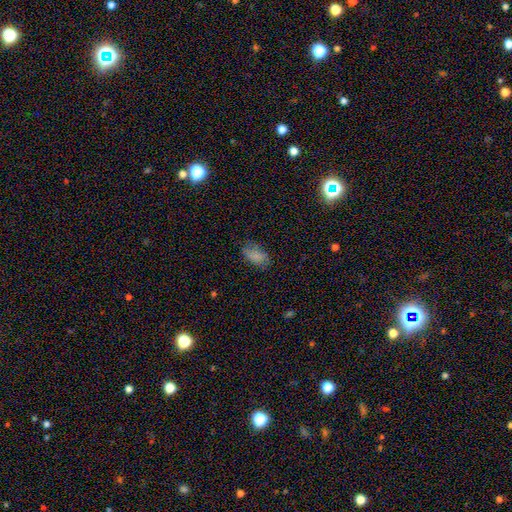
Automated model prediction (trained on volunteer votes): A smooth galaxy with no disk features (81%) that is in between round and cigar-shaped (92%). Merging: none (71%).